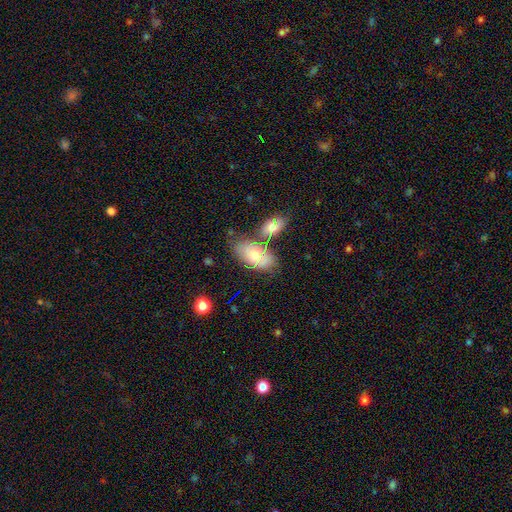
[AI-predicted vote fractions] Smooth or featured?
  - smooth: 57% *
  - featured or disk: 33%
  - star or artifact: 10%
How rounded?
  - in between: 92% *
  - round: 5%
  - cigar-shaped: 3%
Merging?
  - none: 62% *
  - minor disturbance: 18%
  - merger: 14%
  - major disturbance: 6%